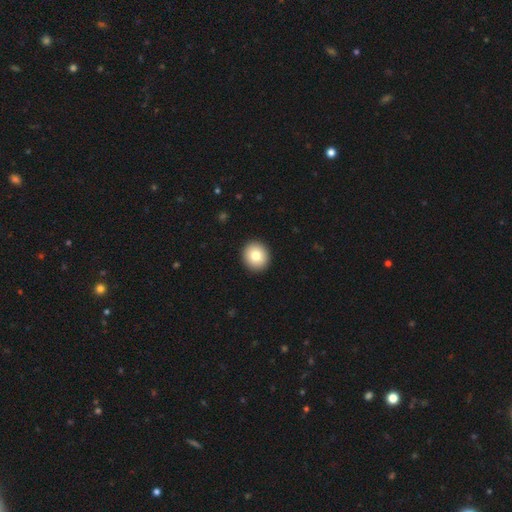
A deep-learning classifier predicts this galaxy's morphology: Smooth or featured? smooth (80%)
How rounded? round (88%)
Merging? none (93%)